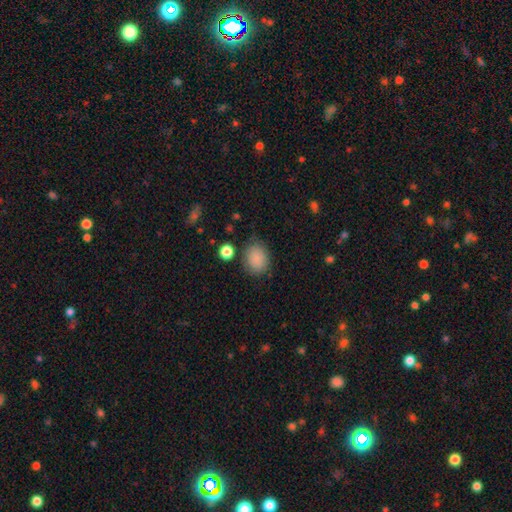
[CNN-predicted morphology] smooth 87%, star or artifact 8%, featured or disk 5%. Down the decision tree: how rounded — in between (59%); merging — none (77%).